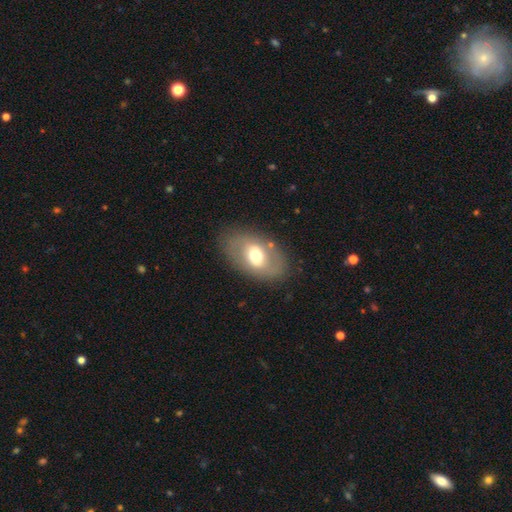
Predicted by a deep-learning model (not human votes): The model was most divided on "smooth or featured": smooth: 54%, featured or disk: 39%, star or artifact: 8%. More confident: how rounded — in between (86%); merging — none (79%).